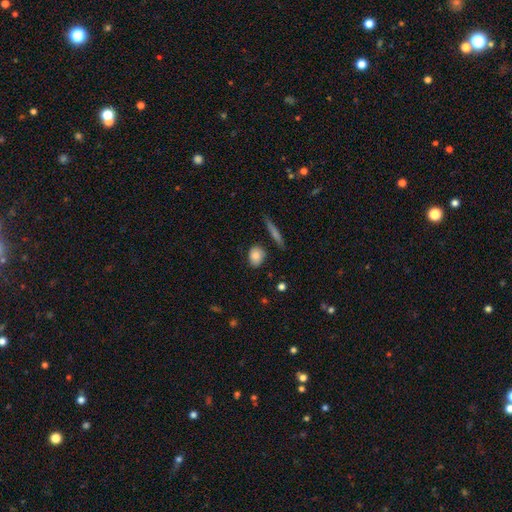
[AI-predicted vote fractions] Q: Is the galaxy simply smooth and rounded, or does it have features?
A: smooth — 80%.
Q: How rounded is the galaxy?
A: in between — 54%.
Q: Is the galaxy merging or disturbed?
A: none — 75%.